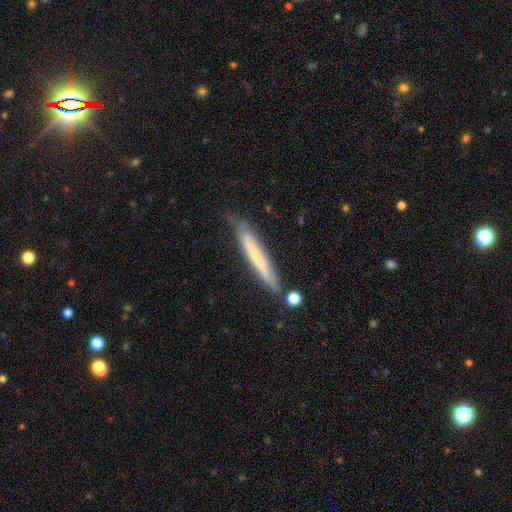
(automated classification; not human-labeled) Morphology: type=smooth (49%); merging=none (70%).